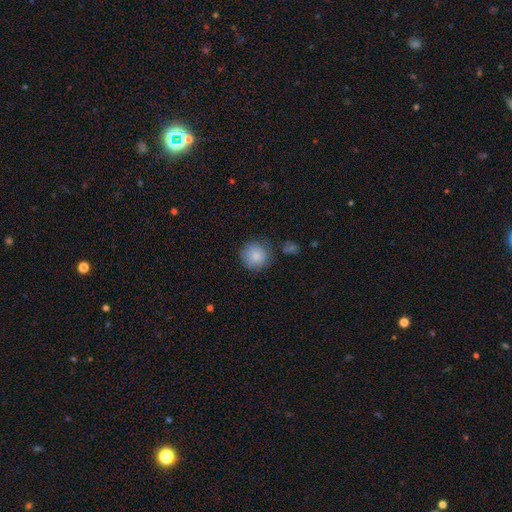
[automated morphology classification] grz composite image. It shows a smooth galaxy with no disk features (86%) that is round (93%). Merging: none (77%).